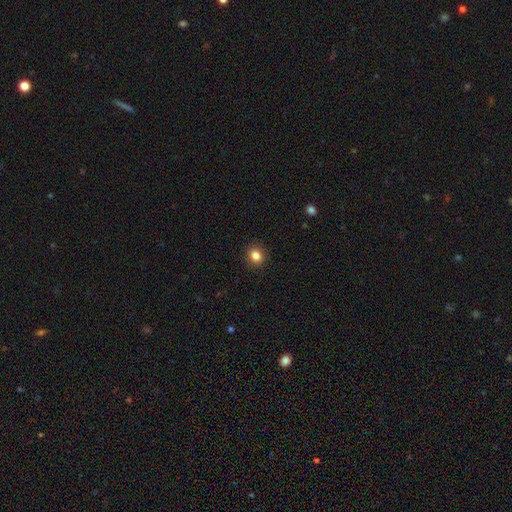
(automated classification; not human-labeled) Overall: smooth (84%). How rounded: round (74%). Merging: none (91%).